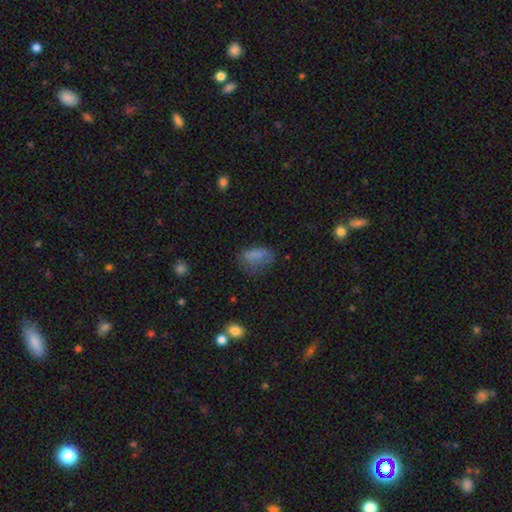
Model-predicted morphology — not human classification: type=smooth (75%); roundness=in between (83%); merging=none (46%).